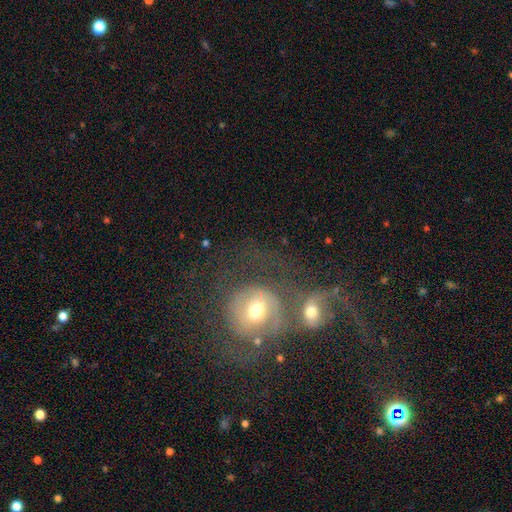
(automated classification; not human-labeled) A featured or disk galaxy (56%) with no bar (67%), spiral arms (61%) and a moderate central bulge (61%).

Vote fractions:
- Smooth or featured? featured or disk: 56% / smooth: 31% / star or artifact: 13%
- Edge-on disk? no: 95% / yes: 5%
- Bar? no: 67% / weak: 24% / strong: 9%
- Spiral arms? yes: 61% / no: 39%
- Bulge size? moderate: 61% / small: 26% / large: 8% / none: 2% / dominant: 2%
- Merging? merger: 56% / none: 22% / major disturbance: 13% / minor disturbance: 8%